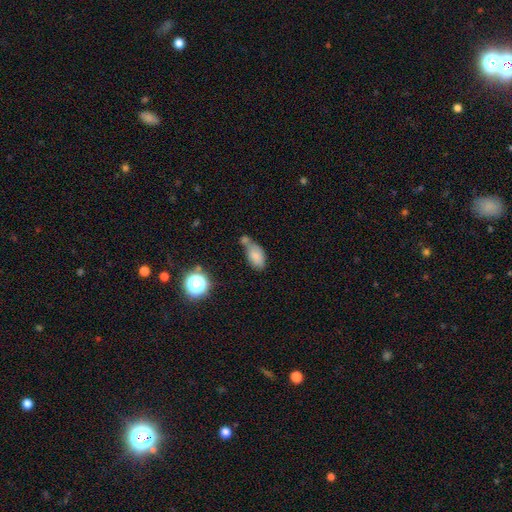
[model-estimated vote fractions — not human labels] This is likely a smooth galaxy (77%). How rounded: clearly in between (90%). Merging: marginally merger (37%).